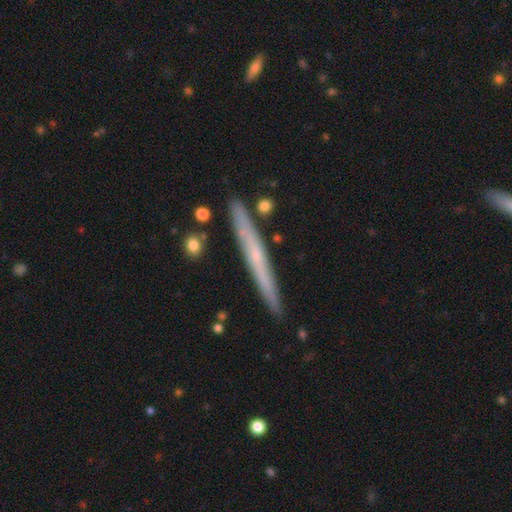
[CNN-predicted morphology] Overall: featured or disk (57%; smooth 36%). Edge-on disk: yes (95%). Edge-on bulge: none (66%; rounded 31%). Merging: none (88%).